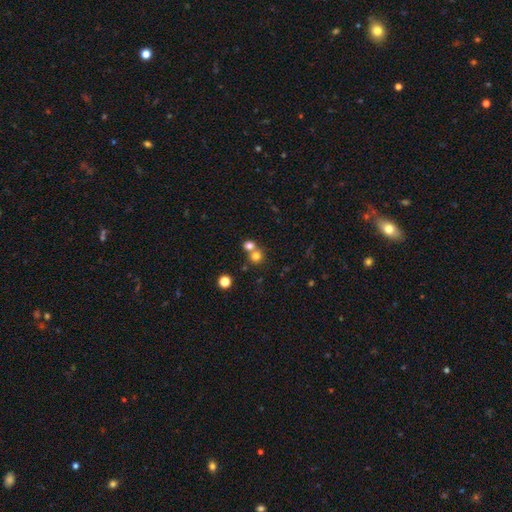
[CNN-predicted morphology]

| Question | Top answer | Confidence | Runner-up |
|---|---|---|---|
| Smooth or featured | smooth | 76% | star or artifact (15%) |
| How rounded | round | 86% | in between (13%) |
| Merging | none | 48% | merger (44%) |